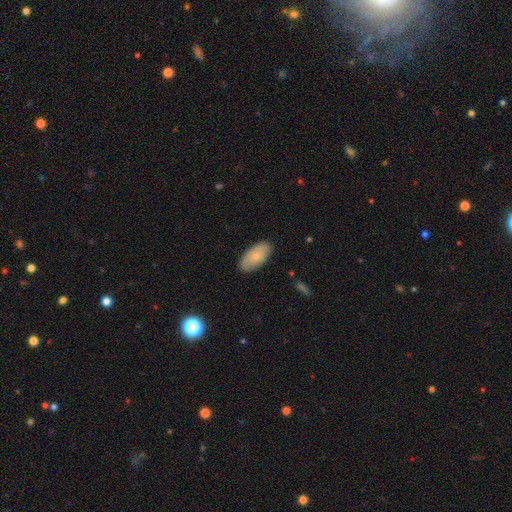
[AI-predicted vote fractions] A smooth galaxy with no disk features (74%) that is in between round and cigar-shaped (94%).

Vote fractions:
- Smooth or featured? smooth: 74% / featured or disk: 20% / star or artifact: 6%
- How rounded? in between: 94% / cigar-shaped: 3% / round: 3%
- Merging? none: 85% / minor disturbance: 11% / major disturbance: 2% / merger: 1%